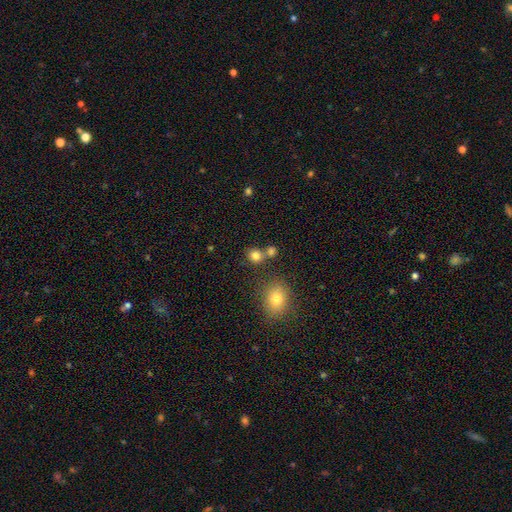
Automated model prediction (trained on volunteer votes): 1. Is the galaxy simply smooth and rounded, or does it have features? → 80% smooth, 13% star or artifact, 7% featured or disk.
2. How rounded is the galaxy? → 77% round, 22% in between, 1% cigar-shaped.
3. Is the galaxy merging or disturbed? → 61% none, 27% merger, 9% minor disturbance, 4% major disturbance.